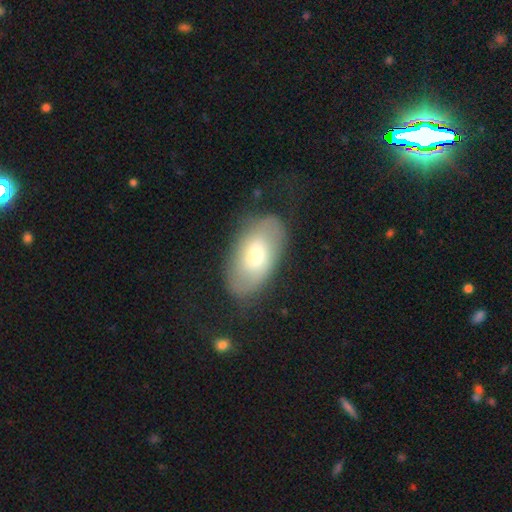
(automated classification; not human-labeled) smooth 57%, featured or disk 35%, star or artifact 8%. Down the decision tree: how rounded — in between (92%); merging — none (71%).